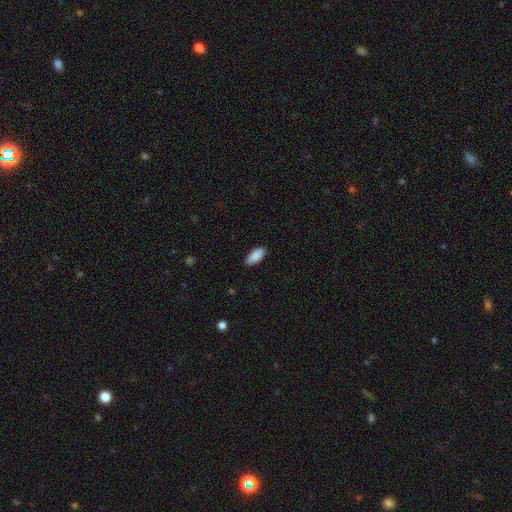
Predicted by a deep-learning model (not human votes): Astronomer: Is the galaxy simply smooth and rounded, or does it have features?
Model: smooth — 90%.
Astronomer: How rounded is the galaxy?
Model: in between — 87%.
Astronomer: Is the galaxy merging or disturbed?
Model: none — 87%.